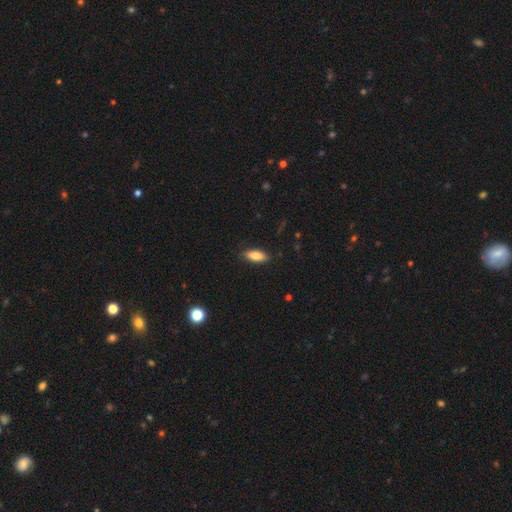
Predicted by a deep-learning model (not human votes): Overall: smooth (81%). How rounded: in between (74%). Merging: none (87%).